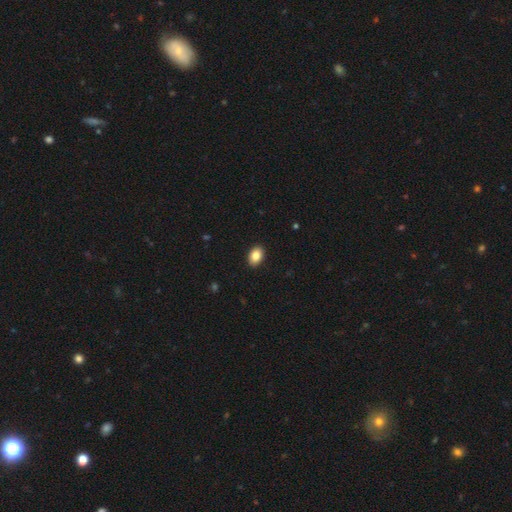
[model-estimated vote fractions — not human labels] This is clearly a smooth galaxy (86%). How rounded: clearly in between (82%). Merging: clearly none (91%).